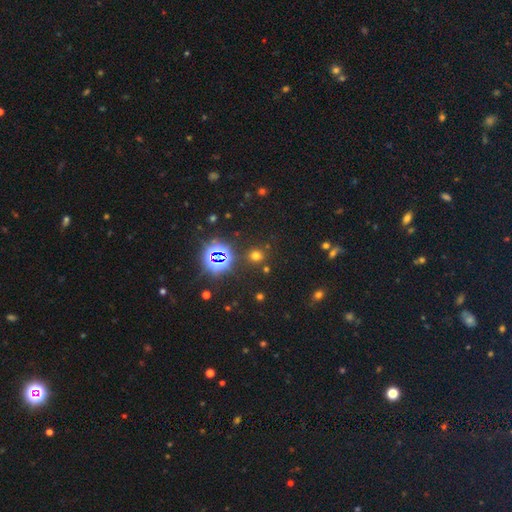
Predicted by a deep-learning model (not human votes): Overall: smooth (56%; star or artifact 37%). How rounded: round (86%). Merging: none (85%).